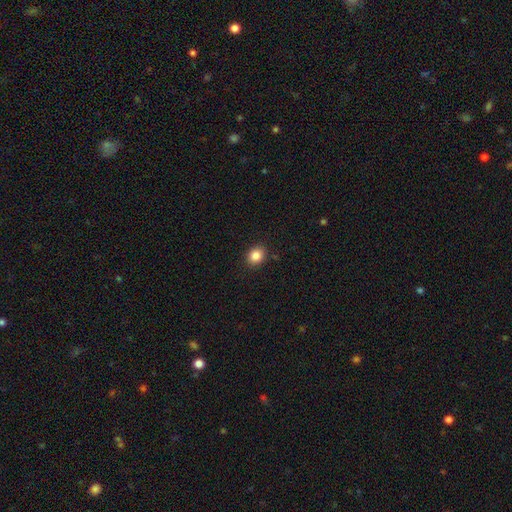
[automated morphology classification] Smooth or featured: smooth — 85% (star or artifact — 10%)
How rounded: round — 56% (in between — 44%)
Merging: none — 89% (minor disturbance — 8%)